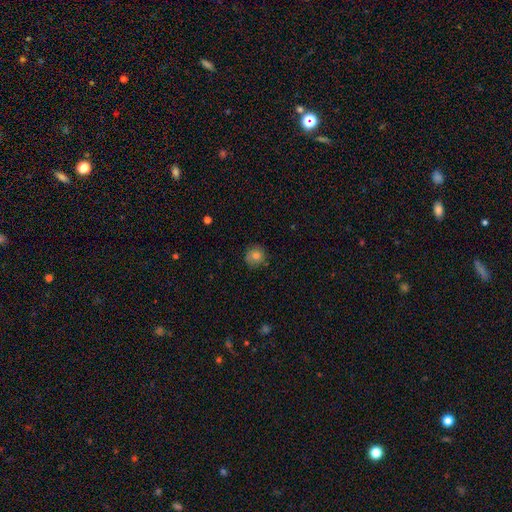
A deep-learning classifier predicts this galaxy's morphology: Smooth or featured: smooth — 78% (featured or disk — 12%)
How rounded: round — 90% (in between — 9%)
Merging: none — 80% (minor disturbance — 15%)